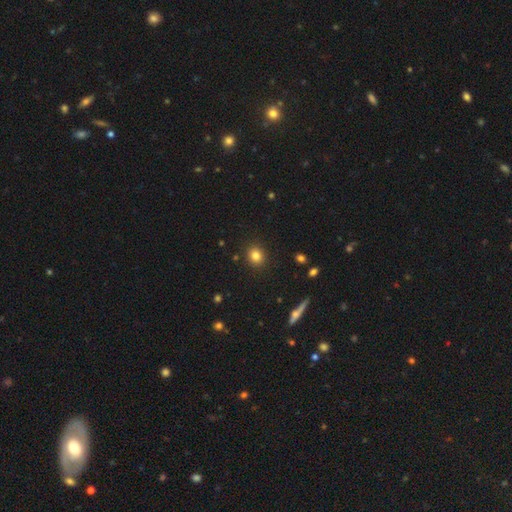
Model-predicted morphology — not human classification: Smooth or featured? smooth (82%)
How rounded? round (80%)
Merging? none (90%)